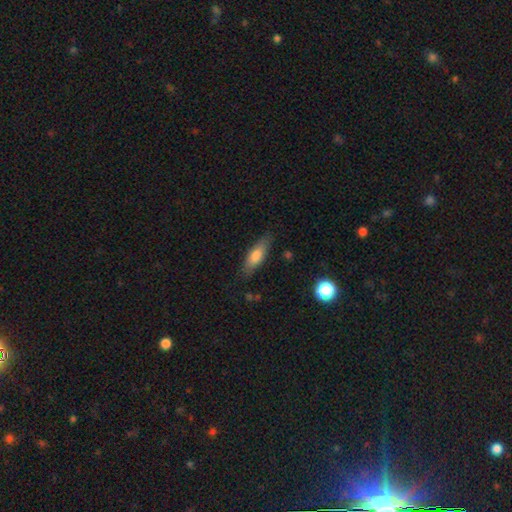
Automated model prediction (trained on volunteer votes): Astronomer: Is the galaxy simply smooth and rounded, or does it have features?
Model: smooth — 72%.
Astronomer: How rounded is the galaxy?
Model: in between — 53% (runner-up: cigar-shaped, 45%).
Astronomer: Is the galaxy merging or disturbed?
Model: none — 80%.